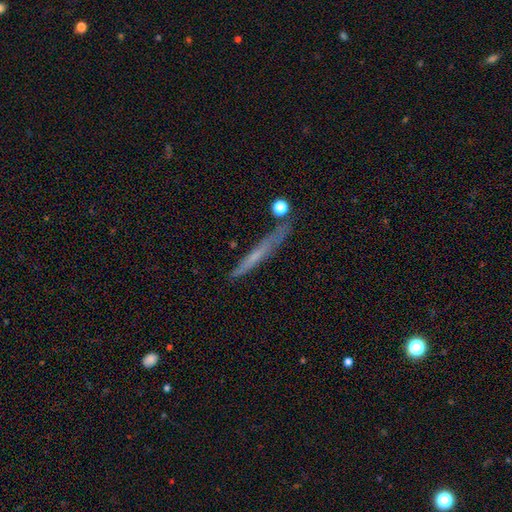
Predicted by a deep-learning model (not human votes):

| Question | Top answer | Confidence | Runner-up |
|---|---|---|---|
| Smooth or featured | smooth | 46% | featured or disk (45%) |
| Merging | none | 77% | minor disturbance (15%) |